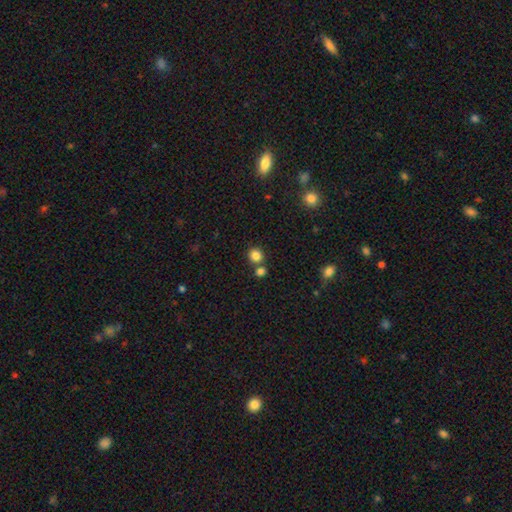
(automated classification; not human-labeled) Morphology: type=smooth (84%); roundness=round (86%); merging=none (70%).